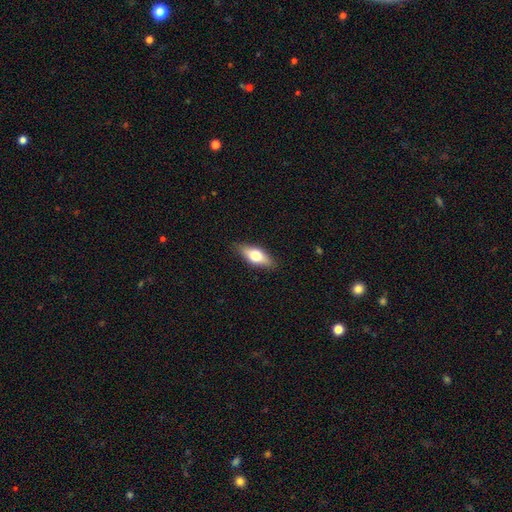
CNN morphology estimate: Q: Smooth or featured?
A: smooth (62%); runner-up: featured or disk (31%)
Q: How rounded?
A: in between (72%); runner-up: cigar-shaped (24%)
Q: Merging?
A: none (86%); runner-up: minor disturbance (11%)